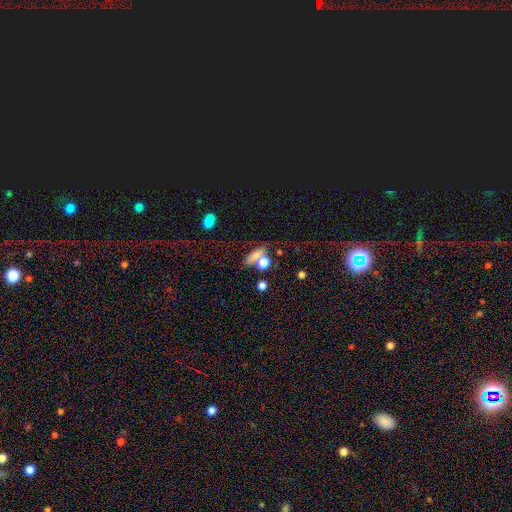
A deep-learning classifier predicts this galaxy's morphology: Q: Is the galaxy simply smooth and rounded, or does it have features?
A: smooth — 69%.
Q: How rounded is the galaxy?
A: in between — 49%.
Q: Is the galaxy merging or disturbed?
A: none — 51%.